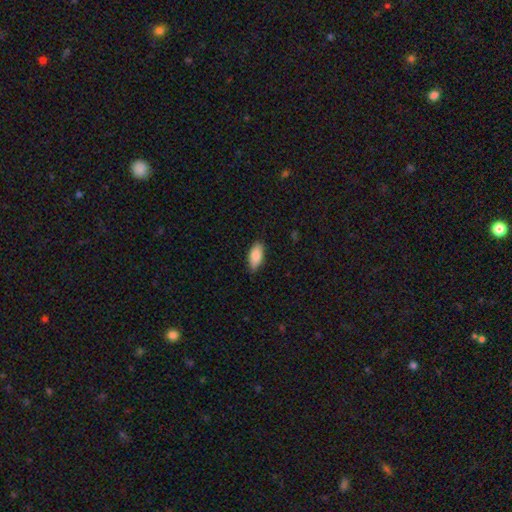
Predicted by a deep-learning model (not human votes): This is clearly a smooth galaxy (86%). How rounded: clearly in between (88%). Merging: clearly none (82%).